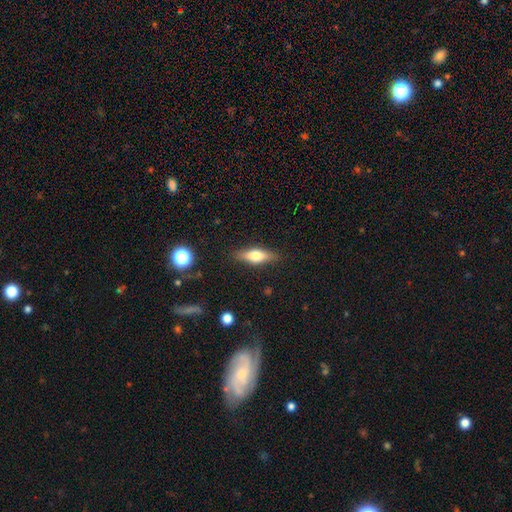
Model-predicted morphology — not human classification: Smooth or featured? smooth (56%)
How rounded? cigar-shaped (48%, tied with in between)
Merging? none (86%)